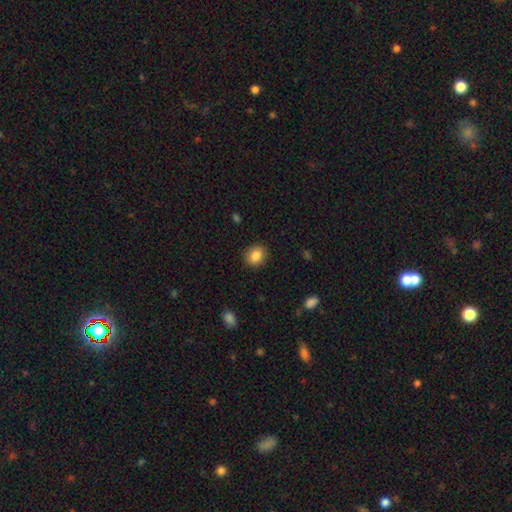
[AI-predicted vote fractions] This appears to be a smooth galaxy with no disk features (86%) that is round (68%). Merging: none (88%).